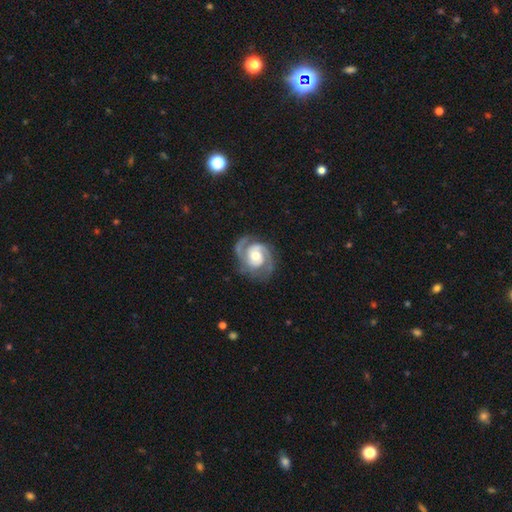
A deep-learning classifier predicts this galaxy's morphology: smooth-or-featured: featured or disk: 90% | smooth: 5% | star or artifact: 4%
  disk-edge-on: no: 98% | yes: 2%
    bar: no: 61% | weak: 31% | strong: 8%
    has-spiral-arms: yes: 98% | no: 2%
      spiral-winding: tight: 48% | medium: 45% | loose: 8%
      spiral-arm-count: 2: 77% | 3: 12% | can't tell: 4% | 1: 3% | 4: 2% | more than 4: 2%
    bulge-size: moderate: 68% | small: 18% | large: 12% | none: 1% | dominant: 1%
  merging: none: 75% | minor disturbance: 16% | major disturbance: 8% | merger: 1%